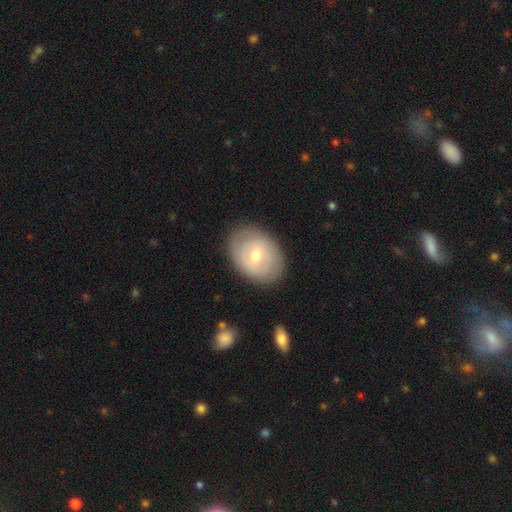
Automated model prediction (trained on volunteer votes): Smooth or featured?
  - featured or disk: 47% * (tied)
  - smooth: 47% * (tied)
  - star or artifact: 6%
Merging?
  - none: 83% *
  - minor disturbance: 12%
  - major disturbance: 3%
  - merger: 1%